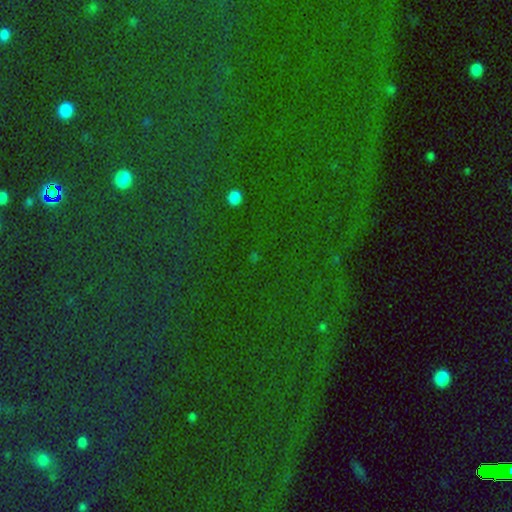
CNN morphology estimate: Smooth or featured? star or artifact (81%)